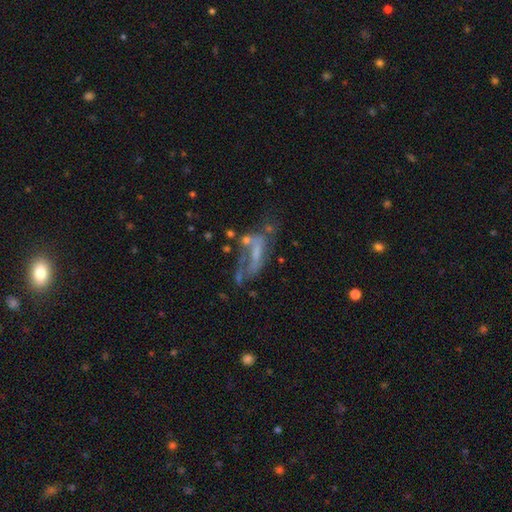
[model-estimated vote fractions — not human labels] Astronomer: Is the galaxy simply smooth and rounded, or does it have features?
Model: featured or disk — 61%.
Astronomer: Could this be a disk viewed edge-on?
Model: no — 87%.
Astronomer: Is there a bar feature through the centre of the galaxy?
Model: no — 51% (runner-up: weak, 29%).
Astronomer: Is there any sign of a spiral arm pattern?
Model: no — 58% (runner-up: yes, 42%).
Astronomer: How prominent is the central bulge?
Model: none — 45% (runner-up: small, 30%).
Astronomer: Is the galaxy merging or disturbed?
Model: major disturbance — 38% (runner-up: none, 29%).